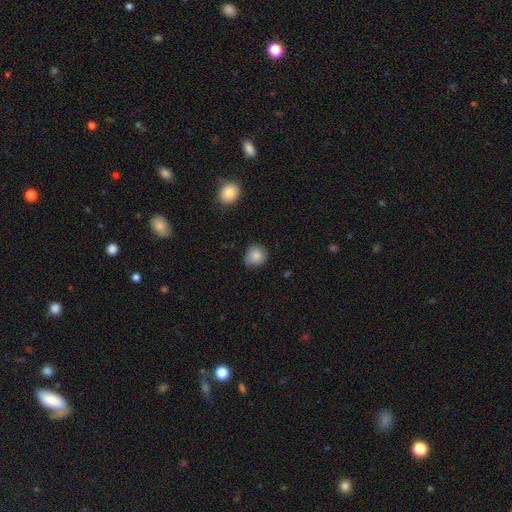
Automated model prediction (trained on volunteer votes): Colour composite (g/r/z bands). It shows a smooth galaxy with no disk features (84%) that is round (87%). Merging: none (75%).